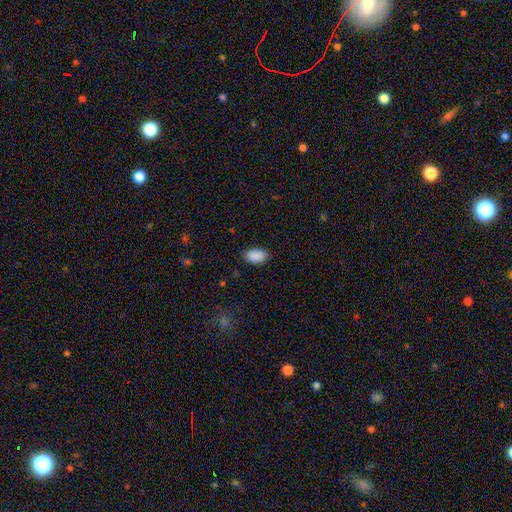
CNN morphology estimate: smooth-or-featured: smooth: 90% | star or artifact: 7% | featured or disk: 3%
  how-rounded: in between: 93% | round: 5% | cigar-shaped: 2%
  merging: none: 86% | minor disturbance: 10% | major disturbance: 2% | merger: 1%